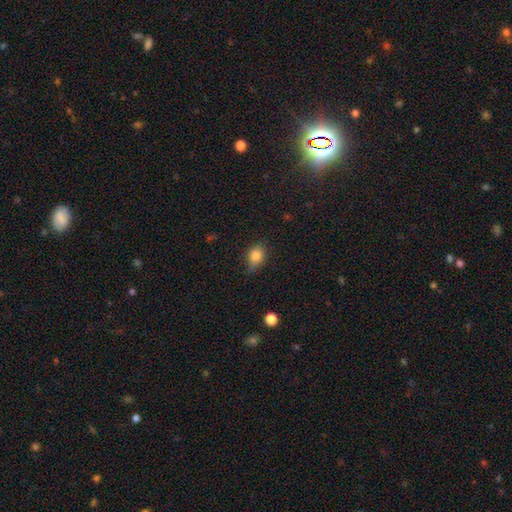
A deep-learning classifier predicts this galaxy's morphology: Smooth or featured?
  - smooth: 82% *
  - star or artifact: 10%
  - featured or disk: 9%
How rounded?
  - in between: 64% *
  - round: 34%
  - cigar-shaped: 2%
Merging?
  - none: 69% *
  - minor disturbance: 25%
  - major disturbance: 5%
  - merger: 1%